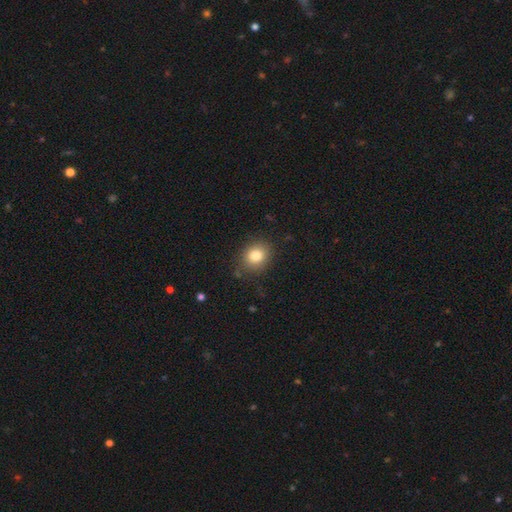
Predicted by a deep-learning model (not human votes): The model was most divided on "how rounded": round: 68%, in between: 31%, cigar-shaped: 1%. More confident: merging — none (84%); smooth or featured — smooth (82%).